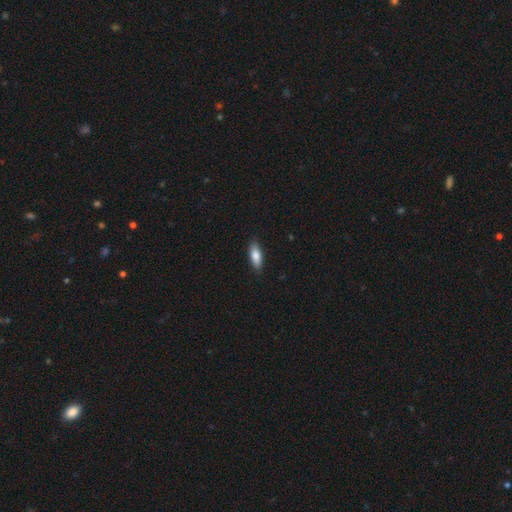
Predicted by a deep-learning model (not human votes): The model was most divided on "how rounded": in between: 74%, cigar-shaped: 24%, round: 2%. More confident: merging — none (87%); smooth or featured — smooth (83%).